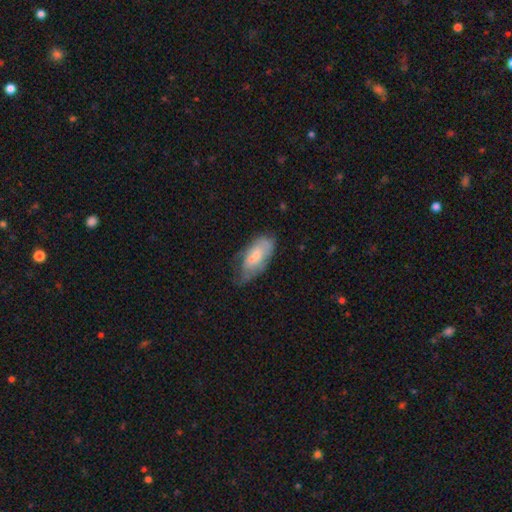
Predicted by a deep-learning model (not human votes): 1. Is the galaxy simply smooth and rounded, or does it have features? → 59% smooth, 35% featured or disk, 7% star or artifact.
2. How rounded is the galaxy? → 89% in between, 8% cigar-shaped, 3% round.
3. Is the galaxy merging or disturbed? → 43% none, 37% minor disturbance, 17% major disturbance, 3% merger.